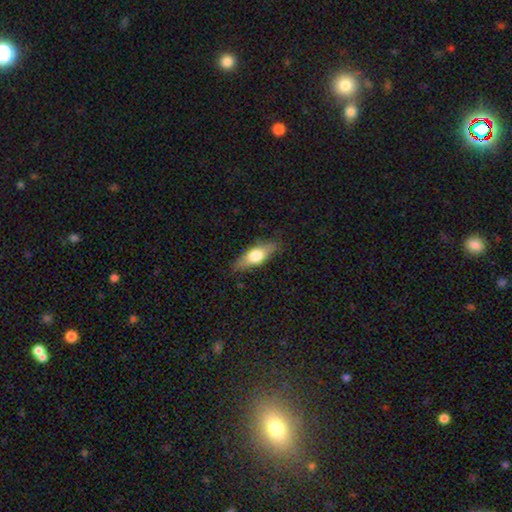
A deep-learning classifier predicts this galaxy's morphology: Q: Smooth or featured?
A: smooth (57%); runner-up: featured or disk (37%)
Q: How rounded?
A: in between (60%); runner-up: cigar-shaped (36%)
Q: Merging?
A: none (81%); runner-up: minor disturbance (15%)